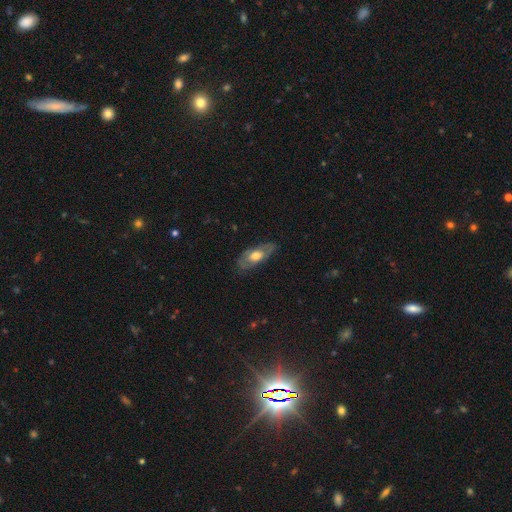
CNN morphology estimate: smooth-or-featured: smooth: 47% (tied) | featured or disk: 47% (tied) | star or artifact: 6%
  merging: none: 76% | minor disturbance: 18% | major disturbance: 5% | merger: 1%